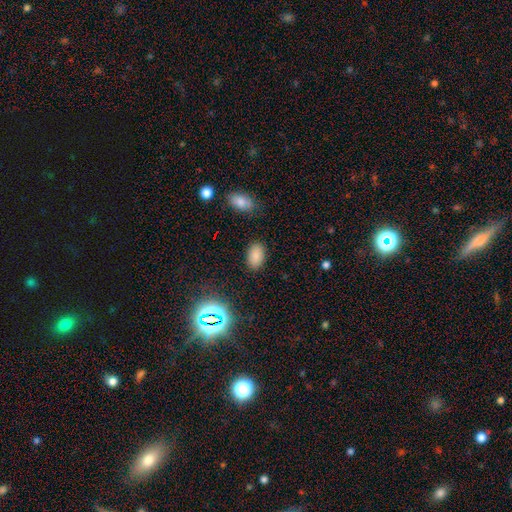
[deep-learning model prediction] Smooth or featured: smooth — 82% (star or artifact — 12%)
How rounded: in between — 91% (round — 8%)
Merging: none — 86% (minor disturbance — 10%)